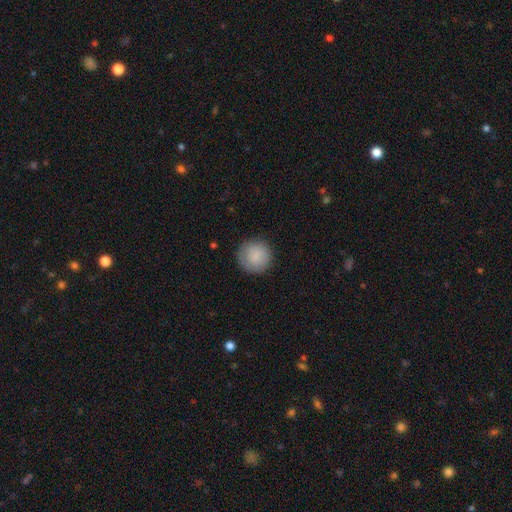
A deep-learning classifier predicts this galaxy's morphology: smooth-or-featured: smooth: 86% | featured or disk: 8% | star or artifact: 6%
  how-rounded: round: 95% | in between: 4% | cigar-shaped: 1%
  merging: none: 86% | minor disturbance: 10% | major disturbance: 3% | merger: 1%